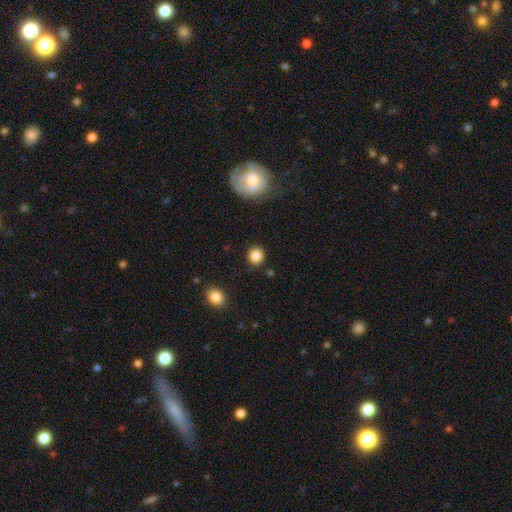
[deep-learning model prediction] This is clearly a smooth galaxy (86%). How rounded: clearly round (88%). Merging: clearly none (89%).